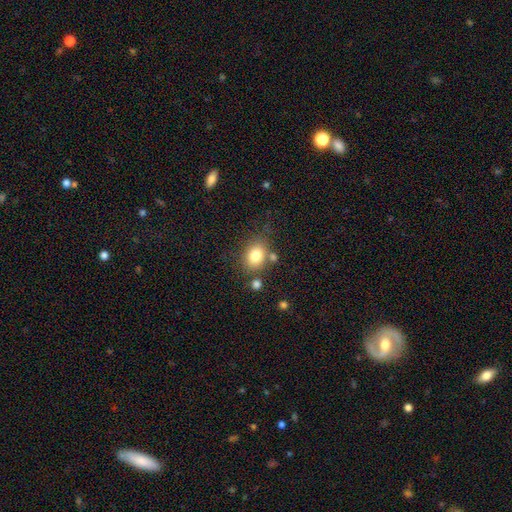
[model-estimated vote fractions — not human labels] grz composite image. It shows a smooth galaxy with no disk features (80%) that is in between round and cigar-shaped (59%). Merging: none (70%).